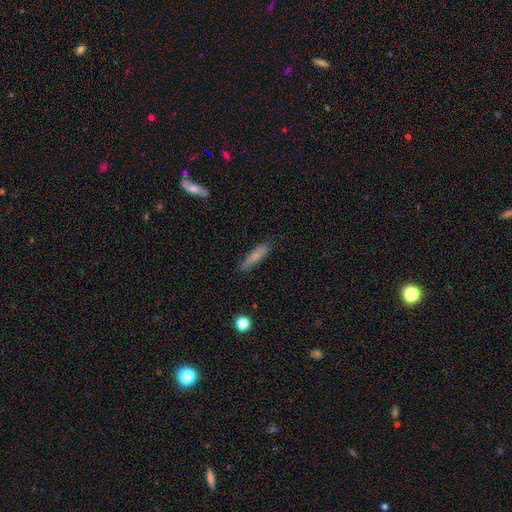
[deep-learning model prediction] Smooth or featured? smooth (76%)
How rounded? cigar-shaped (77%)
Merging? none (84%)